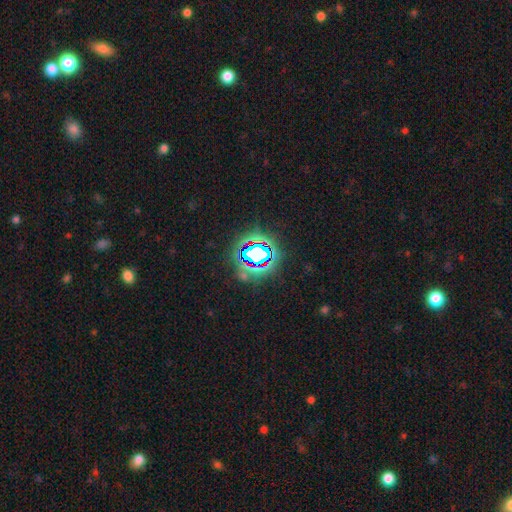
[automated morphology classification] A star or artifact, not a galaxy (73%).